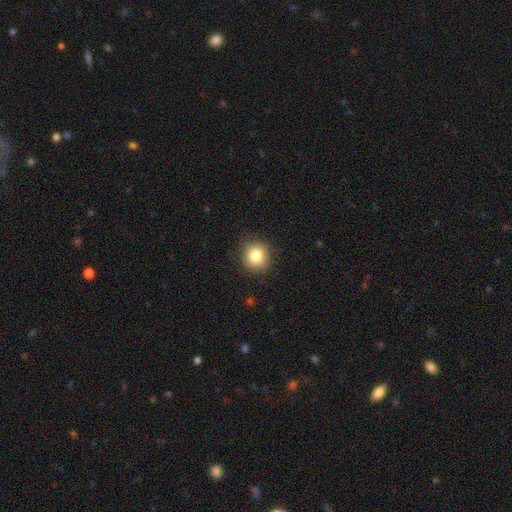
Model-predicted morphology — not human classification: Smooth or featured?
  - smooth: 83% *
  - star or artifact: 10%
  - featured or disk: 7%
How rounded?
  - round: 86% *
  - in between: 13%
  - cigar-shaped: 1%
Merging?
  - none: 87% *
  - minor disturbance: 9%
  - major disturbance: 2%
  - merger: 1%